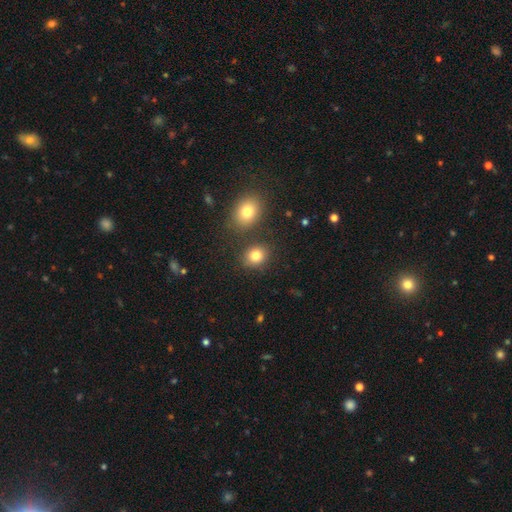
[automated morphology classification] Overall: smooth (82%). How rounded: round (63%; in between 36%). Merging: none (80%).